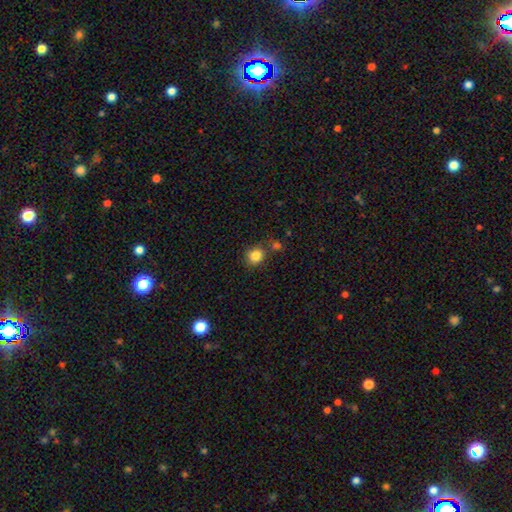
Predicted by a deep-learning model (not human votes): Smooth or featured? smooth (84%)
How rounded? round (81%)
Merging? none (74%)